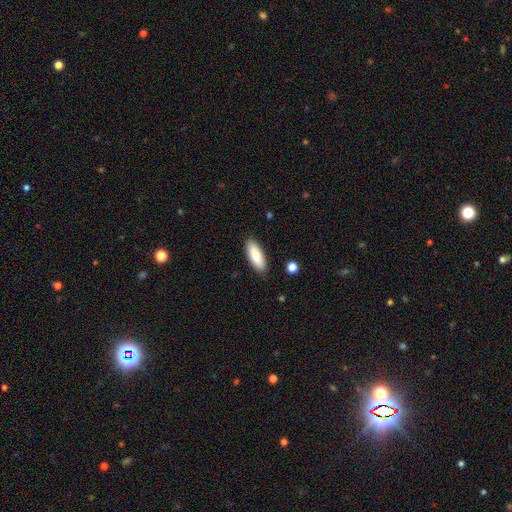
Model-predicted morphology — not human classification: Smooth or featured: smooth — 86% (featured or disk — 9%)
How rounded: in between — 66% (cigar-shaped — 32%)
Merging: none — 87% (minor disturbance — 9%)